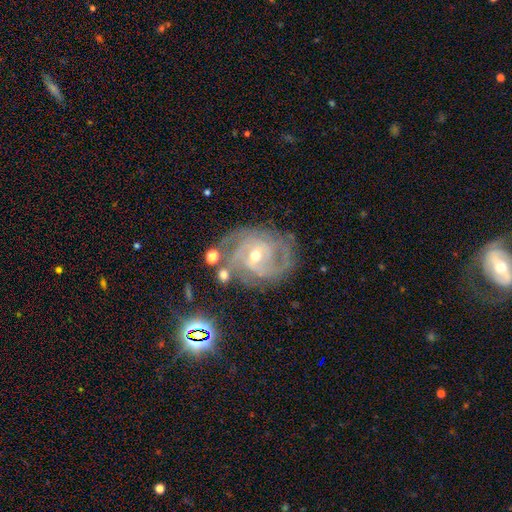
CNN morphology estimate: A featured or disk galaxy (88%) with a weak bar (43%), 3 (32%) tight (55%) spiral arms (97%) and a small central bulge (50%).

Vote fractions:
- Smooth or featured? featured or disk: 88% / star or artifact: 7% / smooth: 5%
- Edge-on disk? no: 97% / yes: 3%
- Bar? weak: 43% / no: 42% / strong: 15%
- Spiral arms? yes: 97% / no: 3%
- Spiral winding? tight: 55% / medium: 38% / loose: 8%
- Spiral arm count? 3: 32% / 2: 25% / can't tell: 19% / 4: 13% / more than 4: 5% / 1: 5%
- Bulge size? small: 50% / moderate: 47% / large: 1% / none: 1% / dominant: 1%
- Merging? none: 66% / minor disturbance: 19% / major disturbance: 10% / merger: 5%